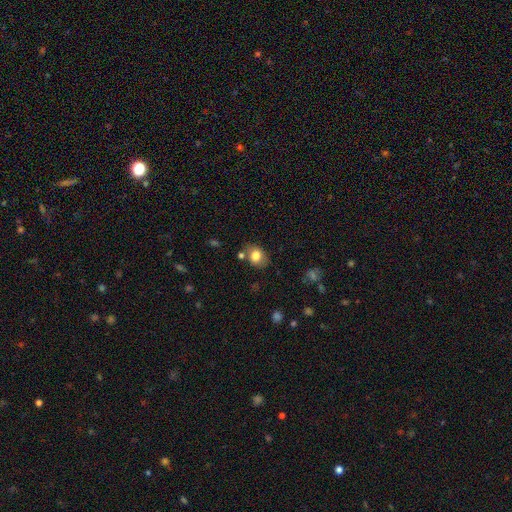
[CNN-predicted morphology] A smooth galaxy with no disk features (80%) that is in between round and cigar-shaped (54%). Merging: none (72%).